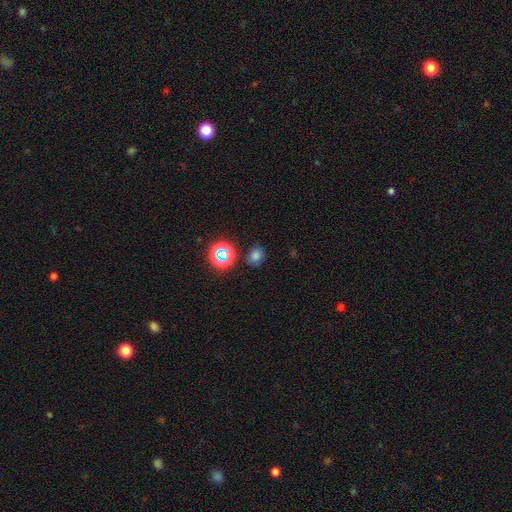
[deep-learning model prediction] A smooth galaxy with no disk features (71%) that is round (59%). Merging: none (83%).